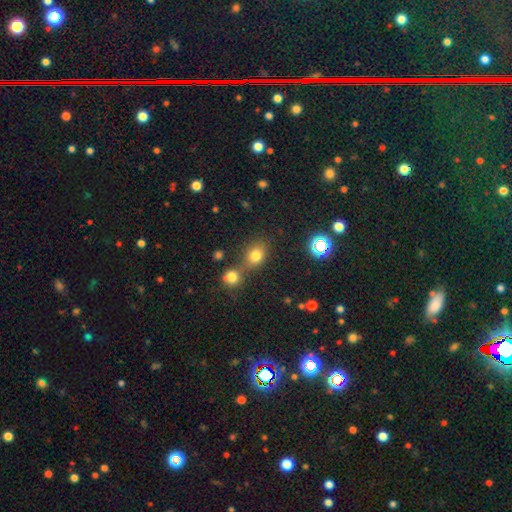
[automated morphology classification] This is likely a smooth galaxy (75%). How rounded: possibly round (54%). Merging: possibly none (57%).